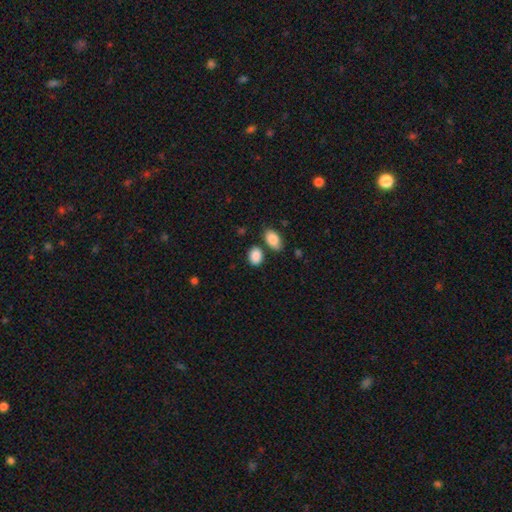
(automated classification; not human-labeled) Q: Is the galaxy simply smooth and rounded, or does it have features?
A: smooth — 88%.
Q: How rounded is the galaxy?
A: in between — 77%.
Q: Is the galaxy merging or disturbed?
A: none — 70%.